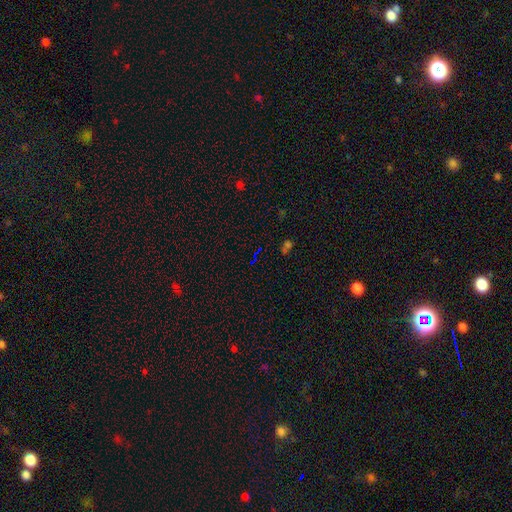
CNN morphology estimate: This appears to be a star or artifact, not a galaxy (63%).